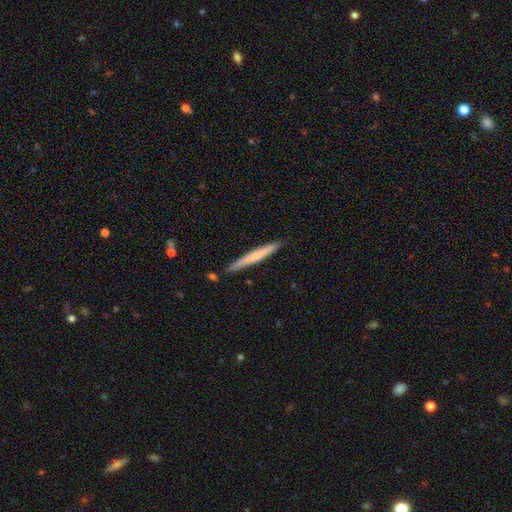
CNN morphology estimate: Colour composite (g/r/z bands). It shows a smooth galaxy with no disk features (53%) that is cigar-shaped (96%). Merging: none (86%).